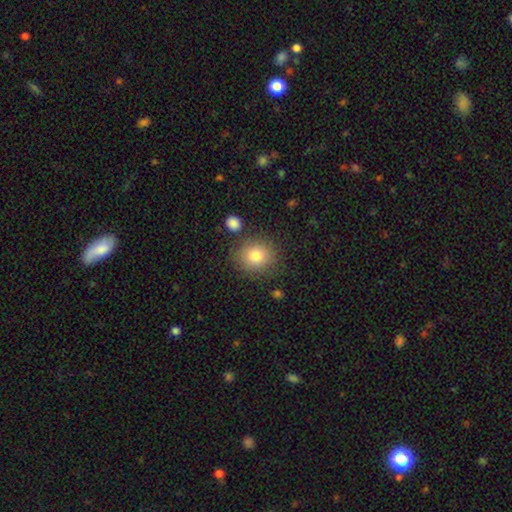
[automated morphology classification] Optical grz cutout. It shows a smooth galaxy with no disk features (81%) that is round (79%). Merging: none (80%).